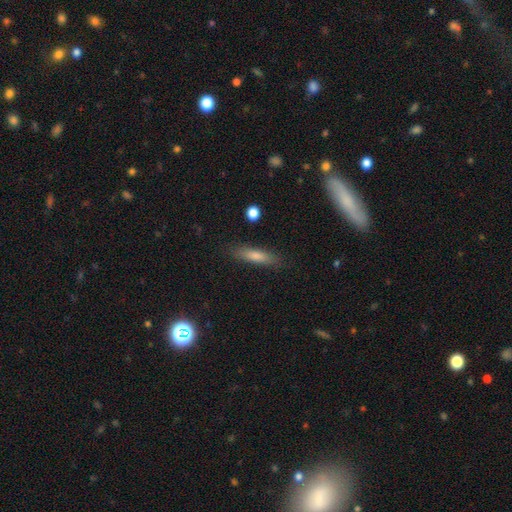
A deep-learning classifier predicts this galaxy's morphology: Smooth or featured?
  - smooth: 68% *
  - featured or disk: 23%
  - star or artifact: 9%
How rounded?
  - cigar-shaped: 79% *
  - in between: 19%
  - round: 2%
Merging?
  - none: 86% *
  - minor disturbance: 10%
  - major disturbance: 2%
  - merger: 2%